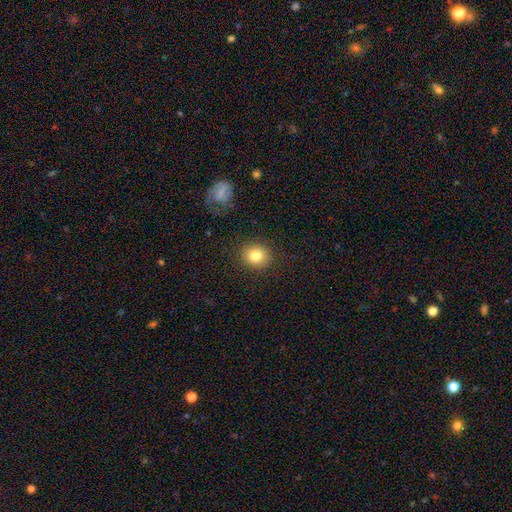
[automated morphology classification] Smooth or featured? smooth (81%)
How rounded? round (79%)
Merging? none (88%)